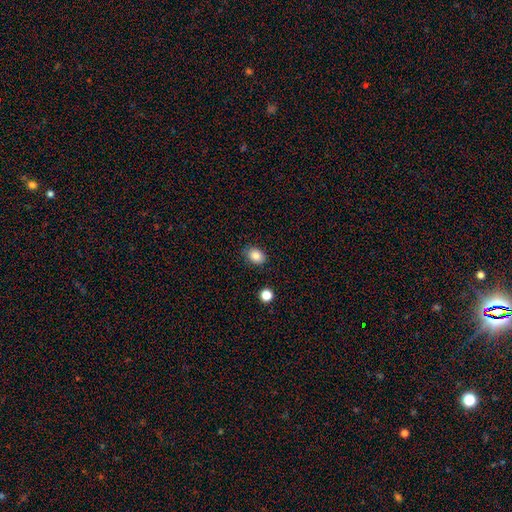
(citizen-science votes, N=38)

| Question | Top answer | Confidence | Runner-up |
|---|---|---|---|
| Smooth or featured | smooth | 84% | featured or disk (11%) |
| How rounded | in between | 75% | round (25%) |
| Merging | none | 61% | minor disturbance (33%) |